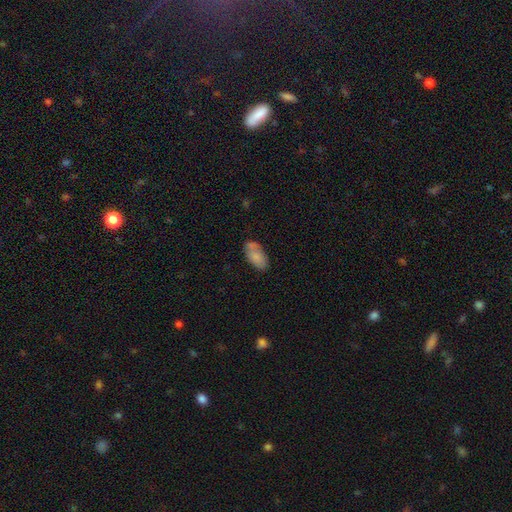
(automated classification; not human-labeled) This appears to be a smooth galaxy with no disk features (77%) that is in between round and cigar-shaped (93%). Merging: none (59%).